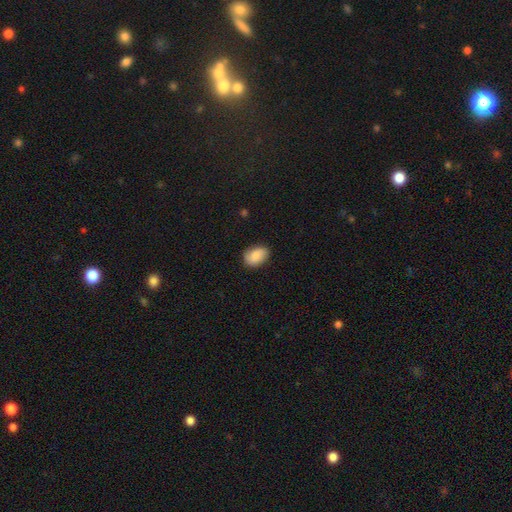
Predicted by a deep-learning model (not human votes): This appears to be a smooth galaxy with no disk features (85%) that is in between round and cigar-shaped (82%). Merging: none (83%).